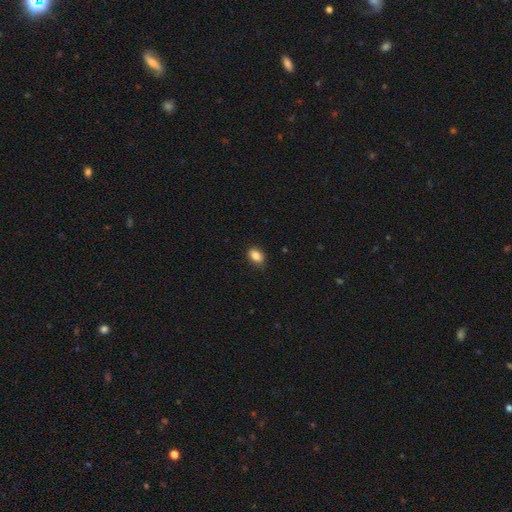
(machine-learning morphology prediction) Smooth or featured: smooth — 85% (star or artifact — 9%)
How rounded: in between — 81% (round — 17%)
Merging: none — 85% (minor disturbance — 12%)